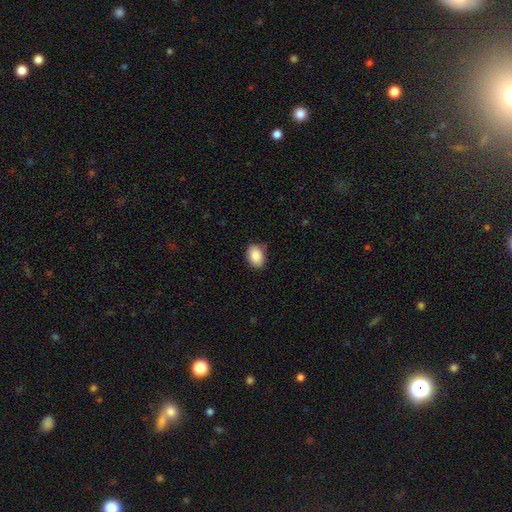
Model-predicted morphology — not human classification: This appears to be a smooth galaxy with no disk features (89%) that is in between round and cigar-shaped (84%). Merging: none (81%).